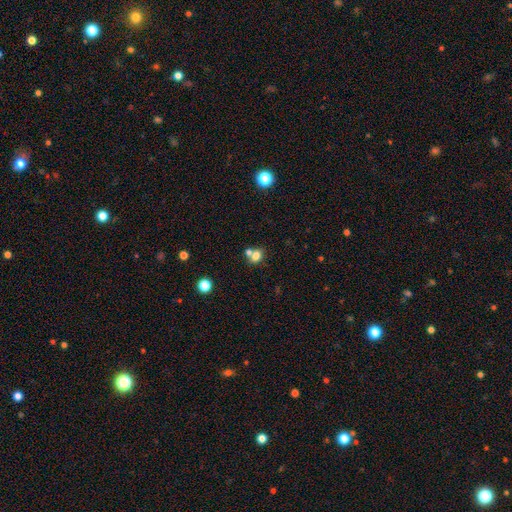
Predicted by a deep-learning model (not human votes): Smooth or featured? smooth (75%)
How rounded? in between (57%)
Merging? none (45%)